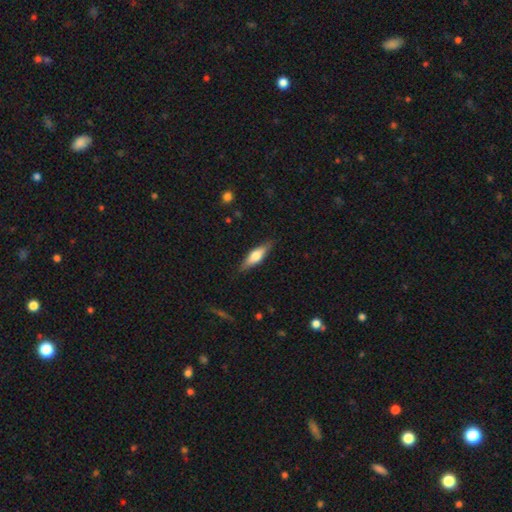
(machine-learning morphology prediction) This is possibly a smooth galaxy (59%). How rounded: possibly cigar-shaped (52%). Merging: clearly none (85%).